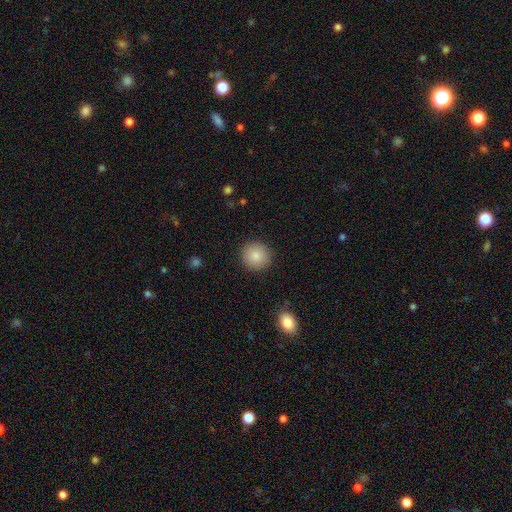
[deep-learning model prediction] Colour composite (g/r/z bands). It shows a smooth galaxy with no disk features (87%) that is round (93%). Merging: none (91%).